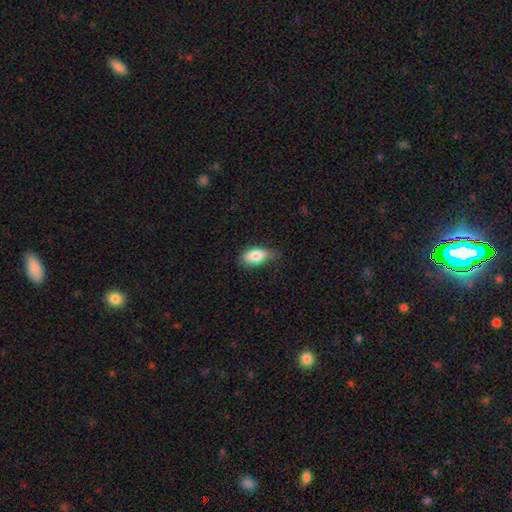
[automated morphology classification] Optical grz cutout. It shows a smooth galaxy with no disk features (82%) that is in between round and cigar-shaped (90%). Merging: none (60%).